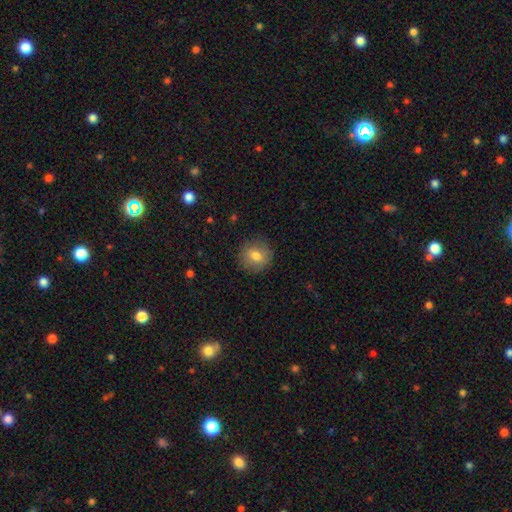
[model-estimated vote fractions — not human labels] This is likely a smooth galaxy (77%). How rounded: clearly round (89%). Merging: clearly none (87%).